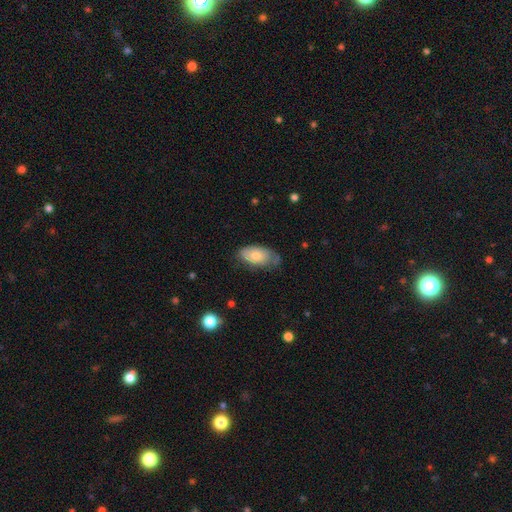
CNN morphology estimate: Smooth or featured? Predicted: smooth (p=0.69). How rounded? Predicted: in between (p=0.93). Merging? Predicted: none (p=0.54).